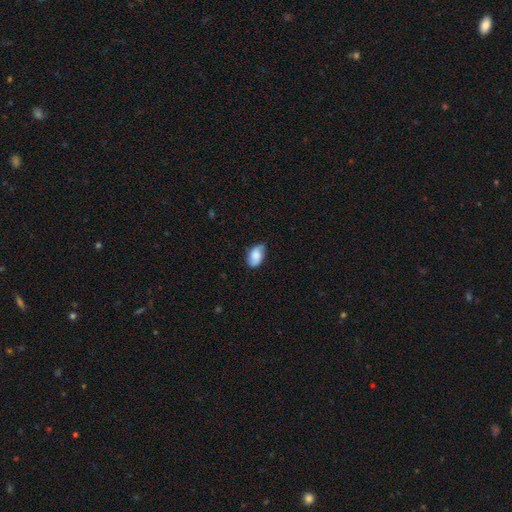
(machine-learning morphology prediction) The model was most divided on "smooth or featured": smooth: 59%, featured or disk: 33%, star or artifact: 9%. More confident: how rounded — in between (87%); merging — none (68%).